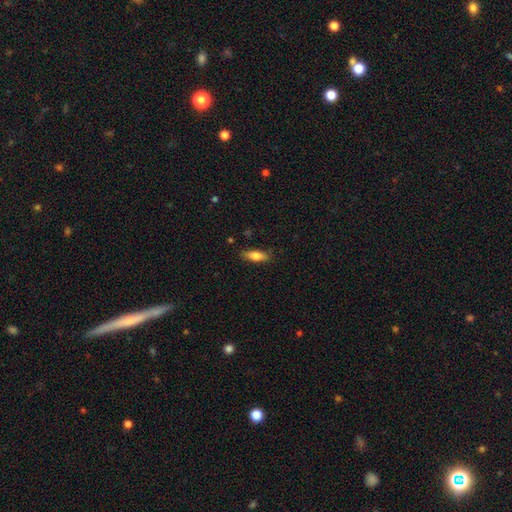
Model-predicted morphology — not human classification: Smooth or featured? smooth (74%)
How rounded? in between (57%)
Merging? none (83%)